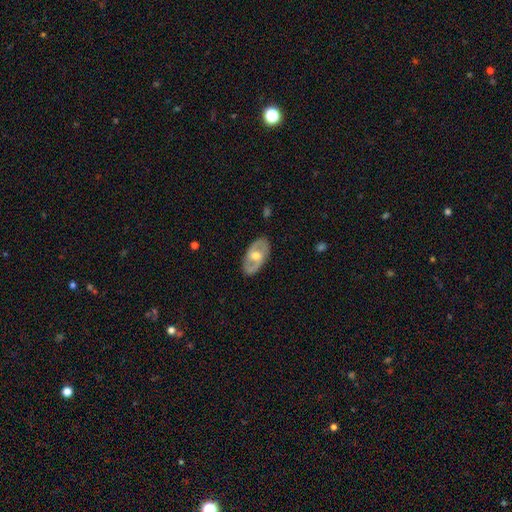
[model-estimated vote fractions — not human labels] Smooth or featured? featured or disk (66%)
Edge-on disk? no (90%)
Bar? no (58%)
Spiral arms? yes (56%)
Bulge size? moderate (75%)
Merging? none (84%)